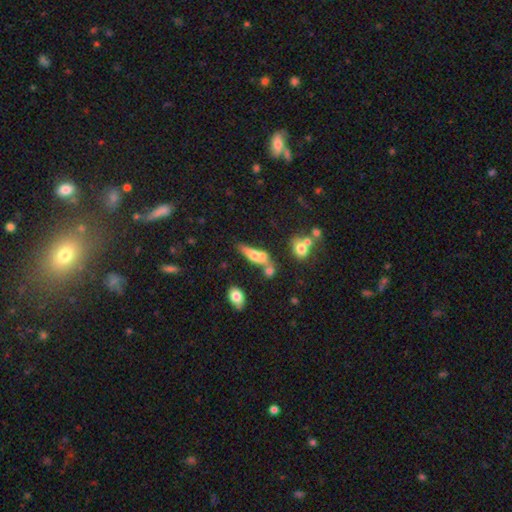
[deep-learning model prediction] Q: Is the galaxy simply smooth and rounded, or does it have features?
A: smooth — 56%.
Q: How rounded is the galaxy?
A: cigar-shaped — 53%.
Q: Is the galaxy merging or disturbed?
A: none — 38%.